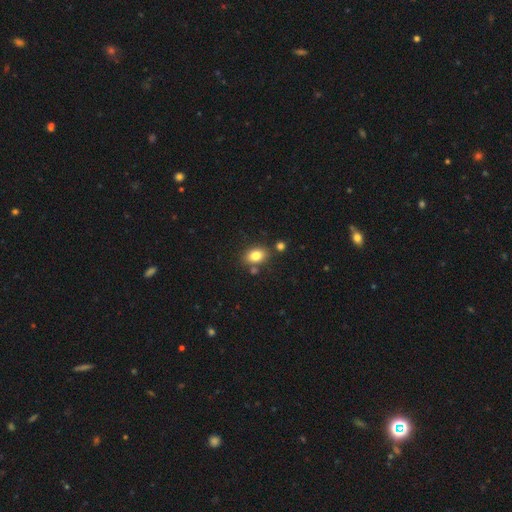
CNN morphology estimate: Q: Smooth or featured?
A: smooth (81%); runner-up: star or artifact (10%)
Q: How rounded?
A: in between (76%); runner-up: round (23%)
Q: Merging?
A: none (75%); runner-up: minor disturbance (12%)